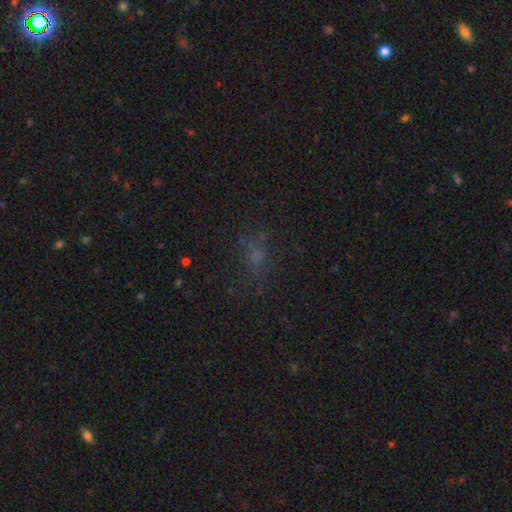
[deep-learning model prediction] Smooth or featured? smooth (53%)
How rounded? in between (57%)
Merging? none (64%)